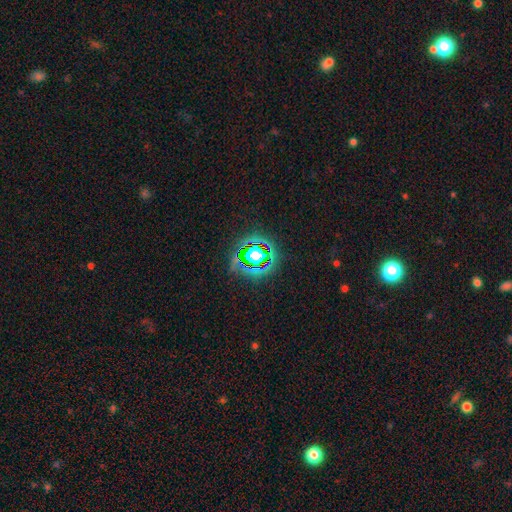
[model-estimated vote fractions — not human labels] smooth_or_featured: star or artifact (p=0.75) [alt: smooth p=0.14]